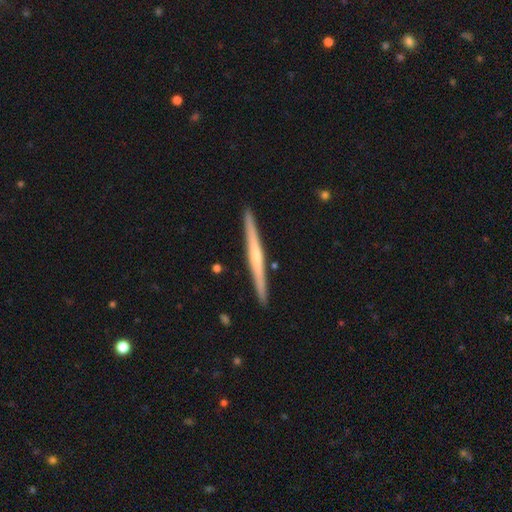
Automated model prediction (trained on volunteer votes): Smooth or featured?
  - featured or disk: 70% *
  - smooth: 24%
  - star or artifact: 6%
Edge-on disk?
  - yes: 98% *
  - no: 2%
Edge-on bulge?
  - rounded: 50% *
  - none: 42%
  - boxy: 8%
Merging?
  - none: 91% *
  - minor disturbance: 6%
  - merger: 1%
  - major disturbance: 1%